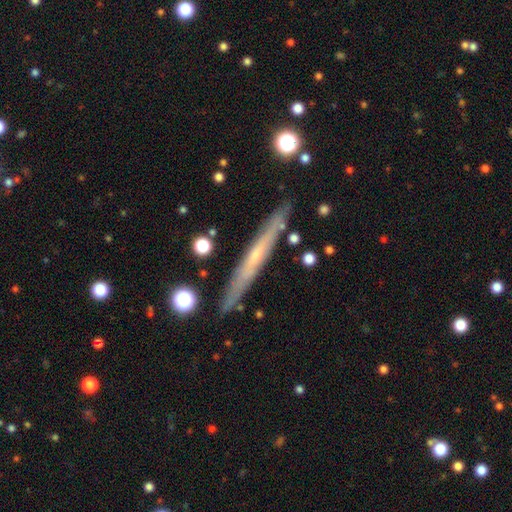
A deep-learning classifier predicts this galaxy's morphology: featured or disk 61%, smooth 32%, star or artifact 7%. Down the decision tree: edge-on disk — yes (92%); edge-on bulge — none (59%); merging — none (86%).